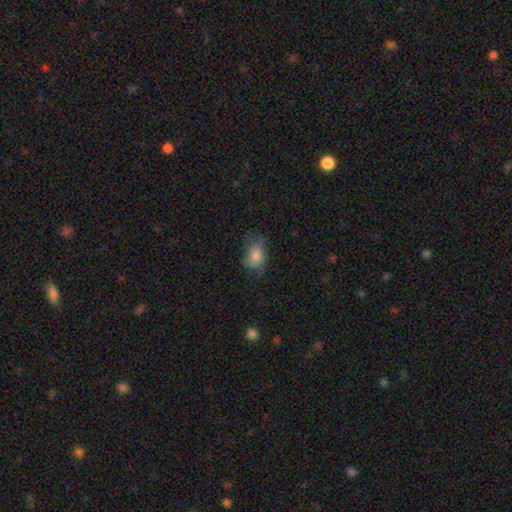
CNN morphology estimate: type=smooth (75%); roundness=in between (78%); merging=none (58%).